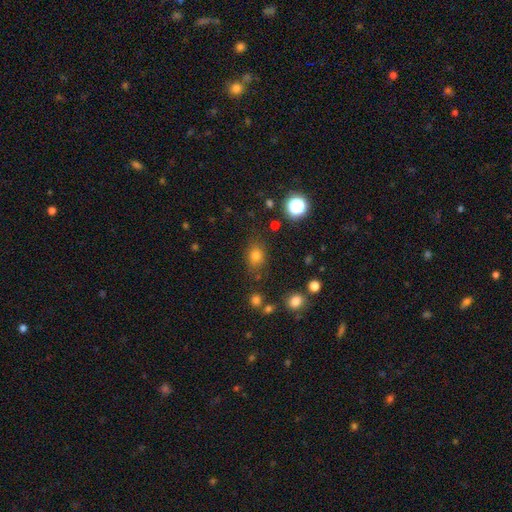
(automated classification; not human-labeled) smooth 77%, star or artifact 16%, featured or disk 7%. Down the decision tree: how rounded — round (54%); merging — none (77%).